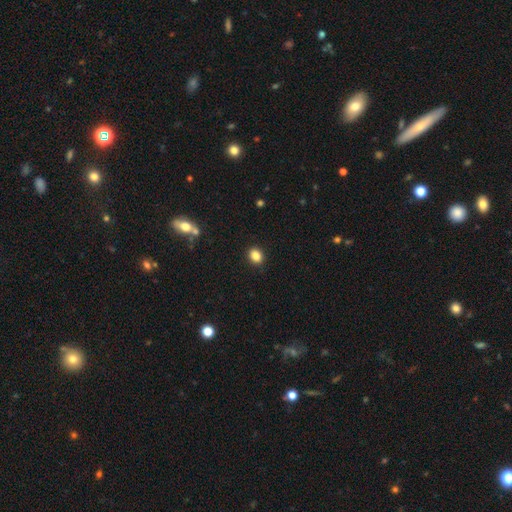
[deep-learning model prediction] Morphology: type=smooth (86%); roundness=in between (50%); merging=none (90%).